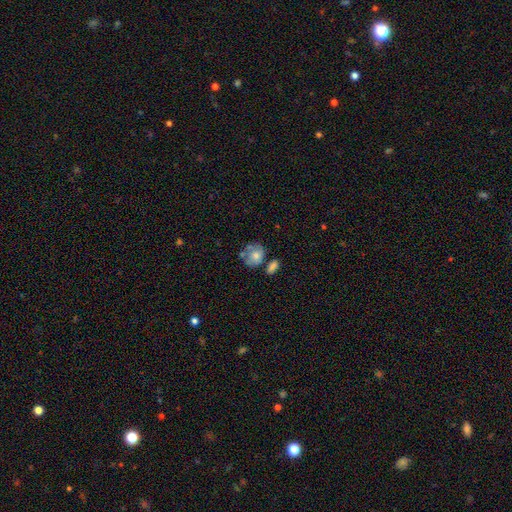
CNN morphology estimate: Q: Smooth or featured?
A: smooth (65%); runner-up: featured or disk (27%)
Q: How rounded?
A: round (61%); runner-up: in between (38%)
Q: Merging?
A: none (44%); runner-up: merger (26%)